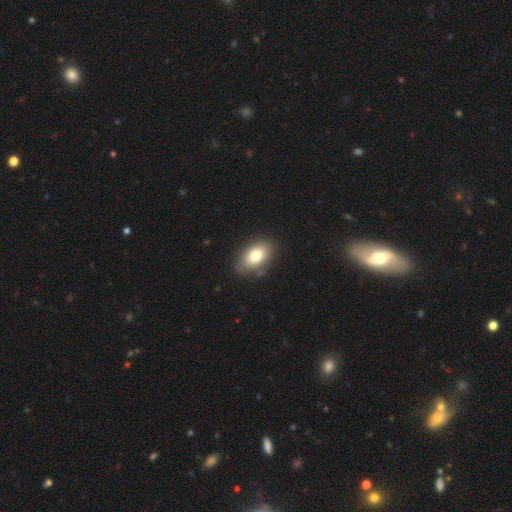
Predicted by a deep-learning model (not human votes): smooth 77%, featured or disk 15%, star or artifact 8%. Down the decision tree: how rounded — in between (89%); merging — none (82%).